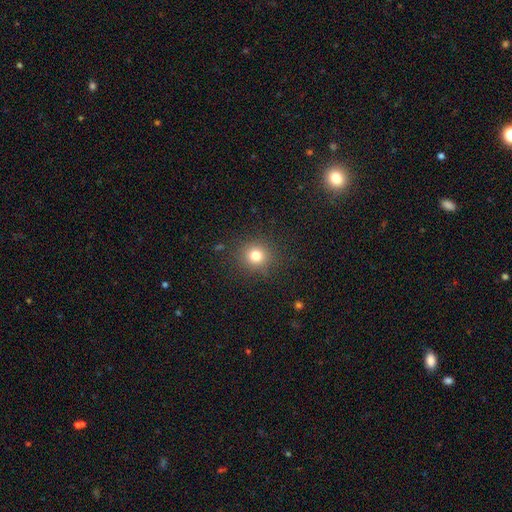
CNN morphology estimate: This is likely a smooth galaxy (77%). How rounded: clearly round (91%). Merging: clearly none (88%).